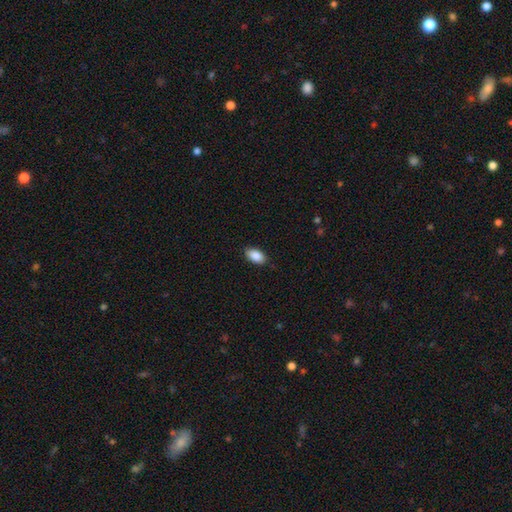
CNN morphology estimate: smooth-or-featured: smooth: 89% | star or artifact: 7% | featured or disk: 4%
  how-rounded: in between: 93% | round: 4% | cigar-shaped: 2%
  merging: none: 86% | minor disturbance: 11% | major disturbance: 2% | merger: 1%